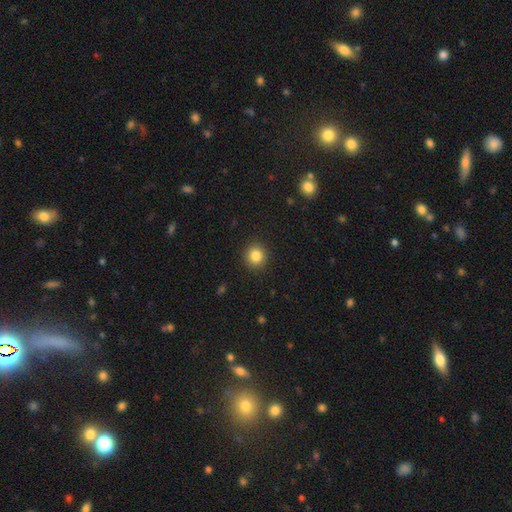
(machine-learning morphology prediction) Overall: smooth (84%). How rounded: round (91%). Merging: none (91%).